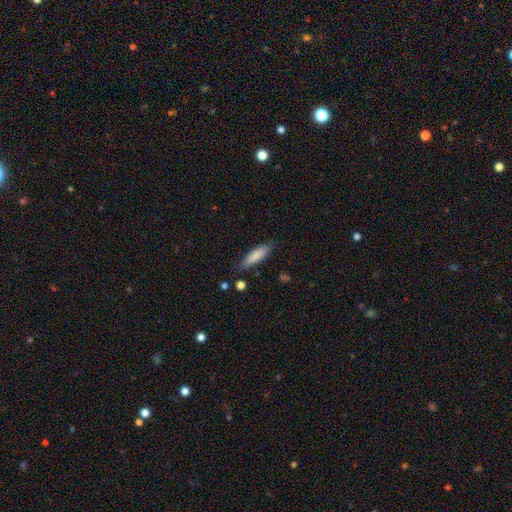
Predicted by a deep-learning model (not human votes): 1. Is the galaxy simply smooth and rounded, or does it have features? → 83% smooth, 11% featured or disk, 6% star or artifact.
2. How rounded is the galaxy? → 60% cigar-shaped, 38% in between, 2% round.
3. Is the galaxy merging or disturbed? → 79% none, 16% minor disturbance, 3% major disturbance, 2% merger.